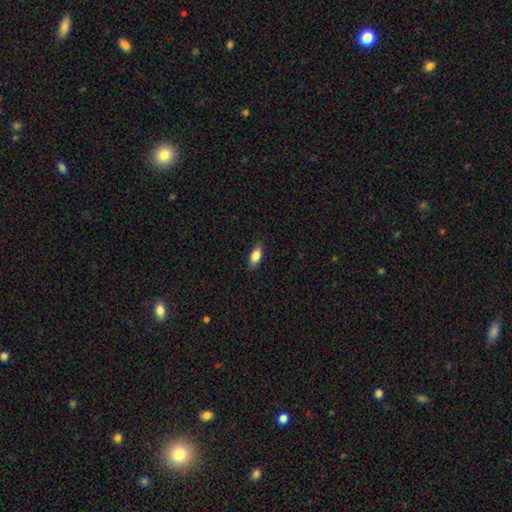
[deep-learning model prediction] Morphology: type=smooth (84%); roundness=in between (87%); merging=none (85%).